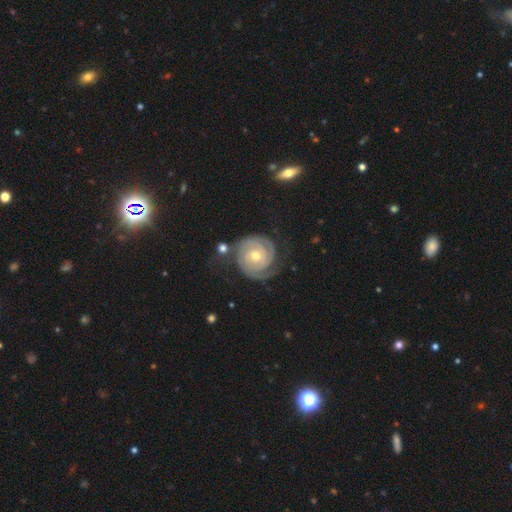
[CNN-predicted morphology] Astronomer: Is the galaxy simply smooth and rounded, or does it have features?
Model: featured or disk — 89%.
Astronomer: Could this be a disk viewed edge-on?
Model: no — 98%.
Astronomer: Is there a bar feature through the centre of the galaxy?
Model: no — 71%.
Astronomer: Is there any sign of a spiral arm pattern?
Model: yes — 98%.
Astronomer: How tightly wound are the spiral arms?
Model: tight — 84%.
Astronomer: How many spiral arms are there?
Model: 2 — 62%.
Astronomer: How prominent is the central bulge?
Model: moderate — 62%.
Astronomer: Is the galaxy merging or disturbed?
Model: none — 72%.